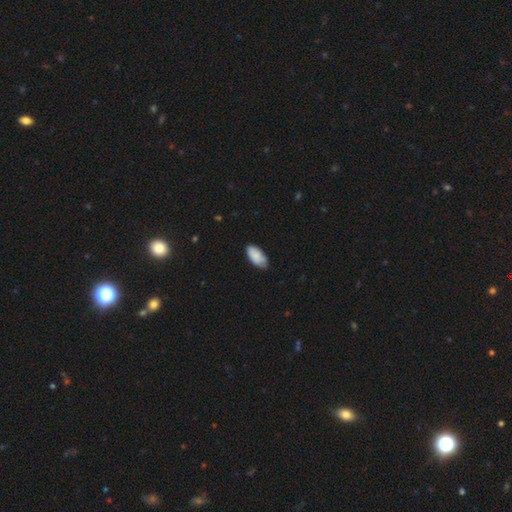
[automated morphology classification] type=smooth (86%); roundness=in between (94%); merging=none (69%).